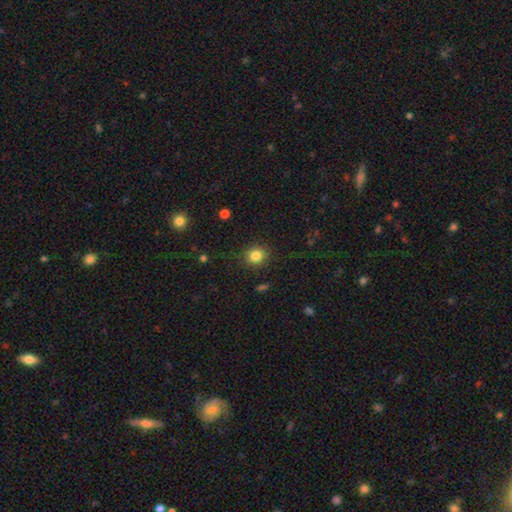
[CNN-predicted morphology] A smooth galaxy with no disk features (84%) that is round (81%).

Vote fractions:
- Smooth or featured? smooth: 84% / star or artifact: 11% / featured or disk: 5%
- How rounded? round: 81% / in between: 18% / cigar-shaped: 1%
- Merging? none: 88% / minor disturbance: 8% / major disturbance: 3% / merger: 1%